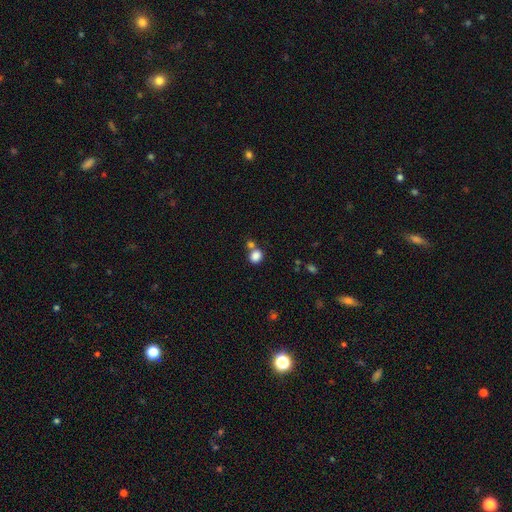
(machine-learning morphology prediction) type=smooth (84%); roundness=round (60%); merging=none (56%).